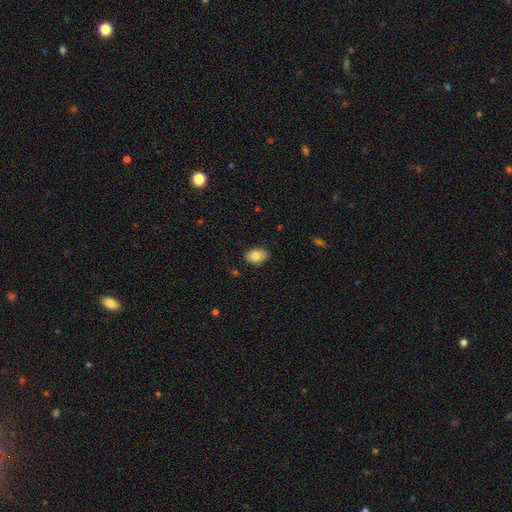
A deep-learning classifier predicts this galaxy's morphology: type=smooth (82%); roundness=in between (83%); merging=none (82%).